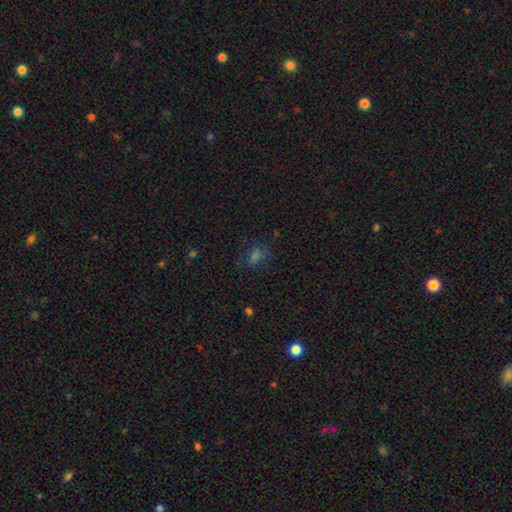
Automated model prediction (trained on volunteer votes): Smooth or featured: smooth — 55% (star or artifact — 32%)
How rounded: in between — 68% (round — 28%)
Merging: none — 68% (minor disturbance — 19%)